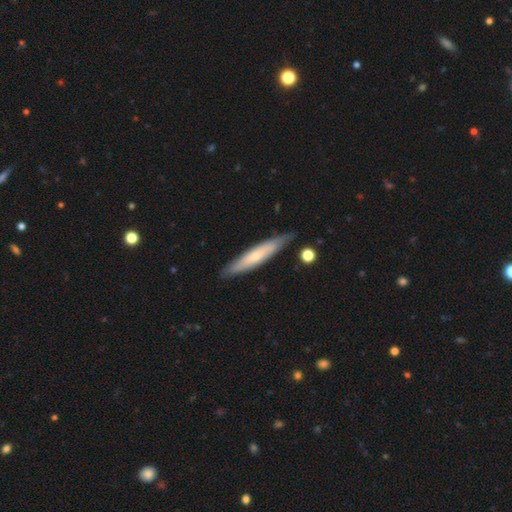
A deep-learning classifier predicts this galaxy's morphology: This is possibly a smooth galaxy (49%). Merging: clearly none (83%).